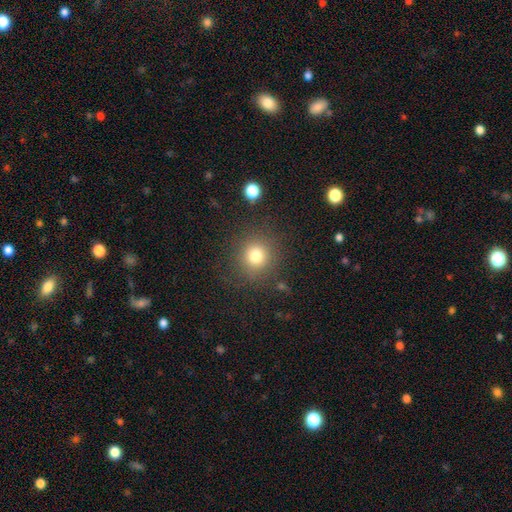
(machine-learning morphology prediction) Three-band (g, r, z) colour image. It shows a smooth galaxy with no disk features (78%) that is round (90%). Merging: none (84%).